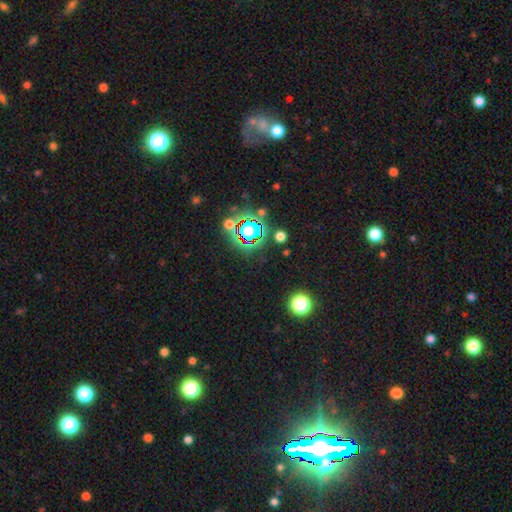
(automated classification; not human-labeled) Q: Smooth or featured?
A: star or artifact (81%); runner-up: smooth (10%)